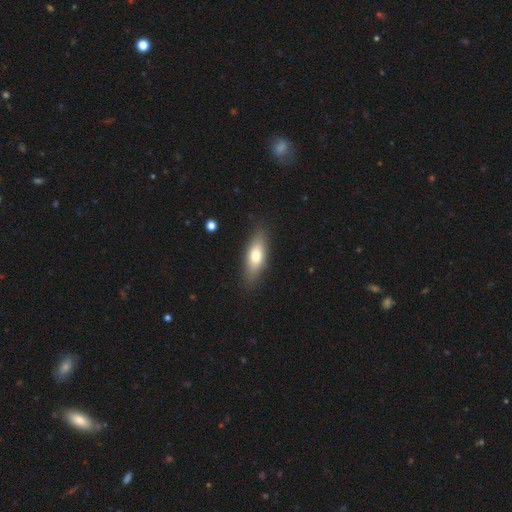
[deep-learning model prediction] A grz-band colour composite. It shows a smooth galaxy with no disk features (71%) that is in between round and cigar-shaped (63%). Merging: none (86%).